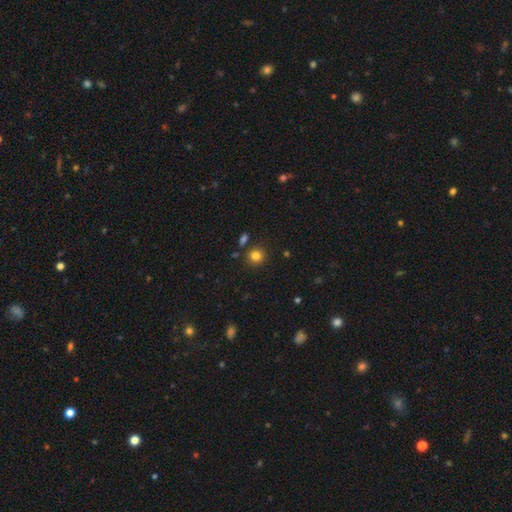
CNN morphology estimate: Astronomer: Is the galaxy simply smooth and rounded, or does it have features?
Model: smooth — 81%.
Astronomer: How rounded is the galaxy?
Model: round — 85%.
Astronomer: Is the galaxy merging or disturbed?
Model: none — 83%.